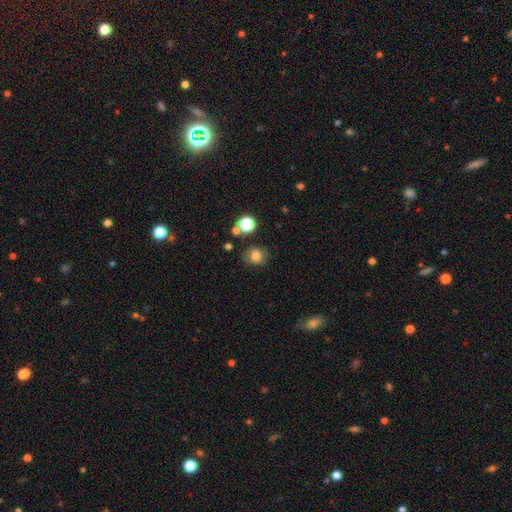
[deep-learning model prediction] Q: Smooth or featured?
A: smooth (74%); runner-up: star or artifact (13%)
Q: How rounded?
A: round (70%); runner-up: in between (29%)
Q: Merging?
A: none (74%); runner-up: minor disturbance (16%)